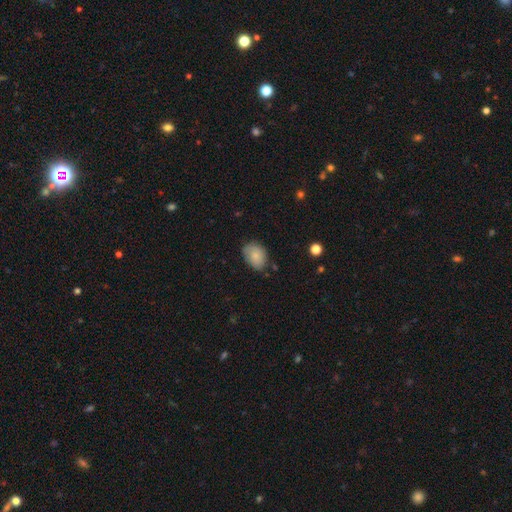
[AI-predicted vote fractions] Smooth or featured: smooth — 83% (featured or disk — 10%)
How rounded: in between — 74% (round — 25%)
Merging: none — 68% (minor disturbance — 25%)